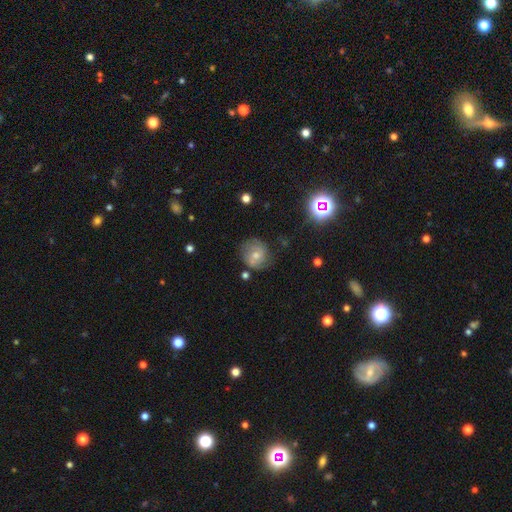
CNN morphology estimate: A featured or disk galaxy (54%) with no bar (58%), spiral arms (84%) and a moderate central bulge (52%).

Vote fractions:
- Smooth or featured? featured or disk: 54% / smooth: 36% / star or artifact: 10%
- Edge-on disk? no: 97% / yes: 3%
- Bar? no: 58% / weak: 35% / strong: 6%
- Spiral arms? yes: 84% / no: 16%
- Bulge size? moderate: 52% / small: 41% / none: 3% / large: 3% / dominant: 1%
- Merging? none: 70% / minor disturbance: 19% / major disturbance: 7% / merger: 3%